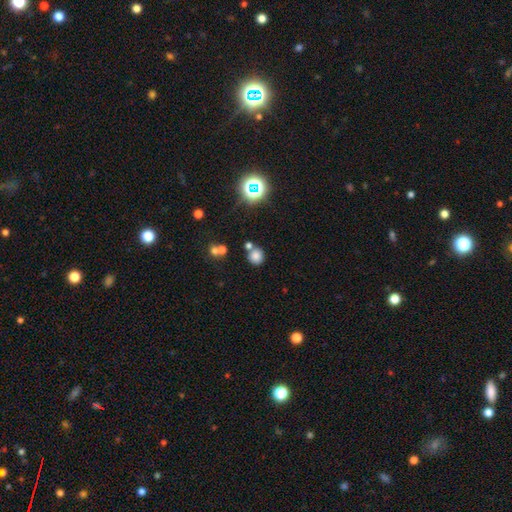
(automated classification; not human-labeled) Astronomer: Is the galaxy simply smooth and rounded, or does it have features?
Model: smooth — 75%.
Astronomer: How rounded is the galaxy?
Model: round — 87%.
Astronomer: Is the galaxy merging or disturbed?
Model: none — 68%.